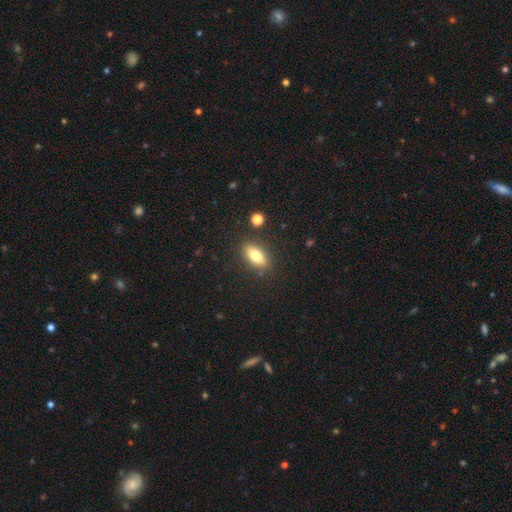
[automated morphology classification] Q: Smooth or featured?
A: smooth (75%); runner-up: featured or disk (17%)
Q: How rounded?
A: in between (82%); runner-up: cigar-shaped (14%)
Q: Merging?
A: none (85%); runner-up: minor disturbance (9%)